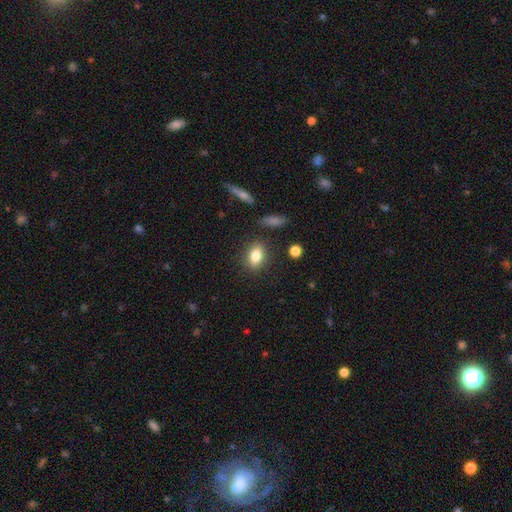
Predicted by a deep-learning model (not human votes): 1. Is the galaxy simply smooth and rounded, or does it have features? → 81% smooth, 10% featured or disk, 9% star or artifact.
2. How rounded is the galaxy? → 78% in between, 18% round, 4% cigar-shaped.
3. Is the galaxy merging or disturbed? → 84% none, 10% minor disturbance, 3% major disturbance, 3% merger.